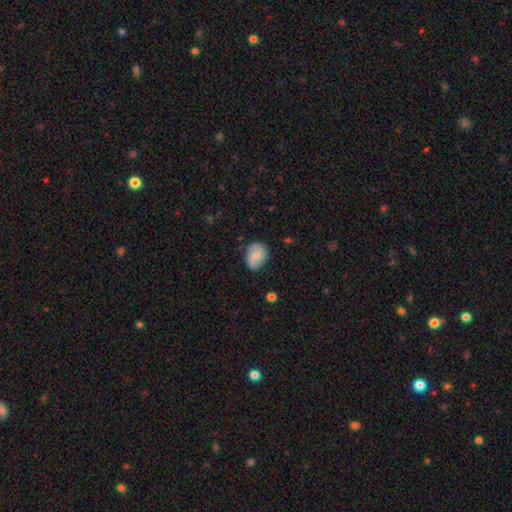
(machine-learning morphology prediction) type=featured or disk (47%); merging=none (74%).